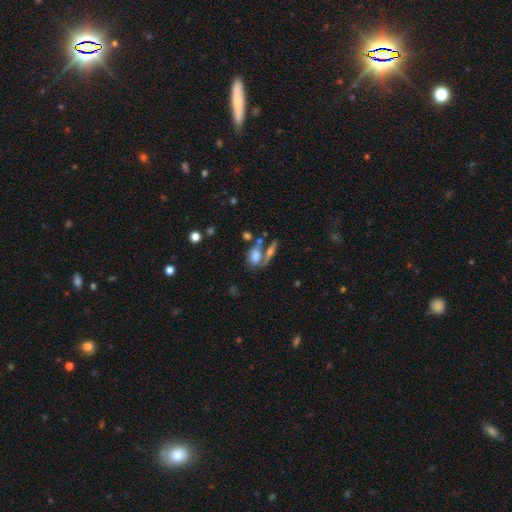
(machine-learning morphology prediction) Smooth or featured: smooth — 70% (featured or disk — 19%)
How rounded: in between — 69% (round — 23%)
Merging: none — 42% (merger — 35%)